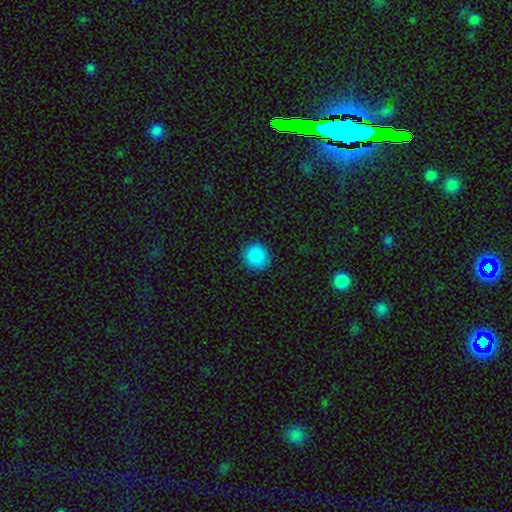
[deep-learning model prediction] Smooth or featured?
  - smooth: 88% *
  - star or artifact: 9%
  - featured or disk: 3%
How rounded?
  - round: 93% *
  - in between: 6%
  - cigar-shaped: 1%
Merging?
  - none: 91% *
  - minor disturbance: 6%
  - major disturbance: 2%
  - merger: 1%